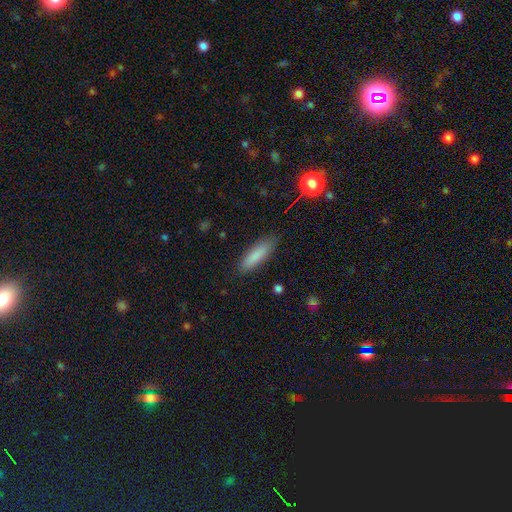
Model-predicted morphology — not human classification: Smooth or featured? Predicted: smooth (p=0.85). How rounded? Predicted: cigar-shaped (p=0.63). Merging? Predicted: none (p=0.86).